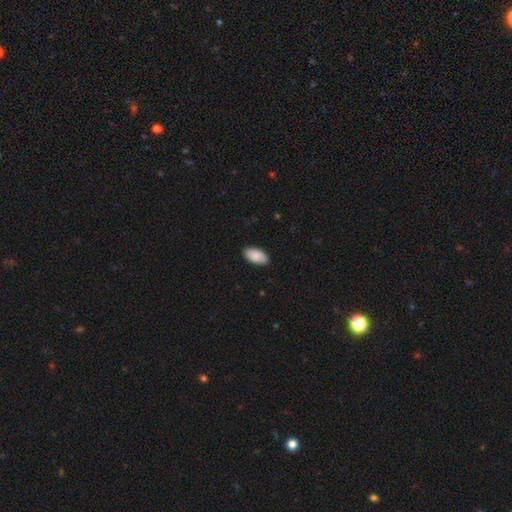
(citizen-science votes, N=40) This appears to be a smooth galaxy with no disk features (78%) that is in between round and cigar-shaped (90%). Merging: none (91%).